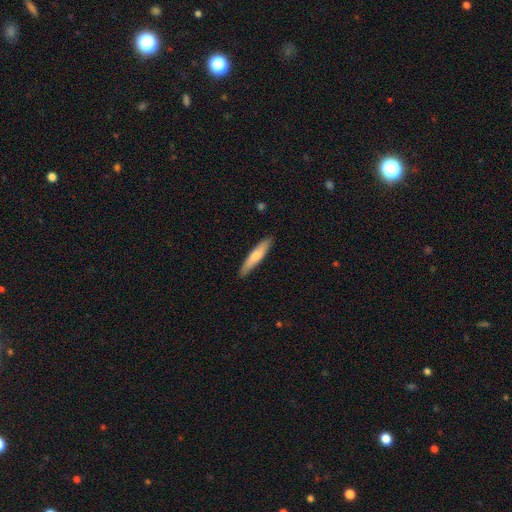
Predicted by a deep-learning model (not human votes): smooth_or_featured: smooth (p=0.71) [alt: featured or disk p=0.24]
how_rounded: cigar-shaped (p=0.85) [alt: in between p=0.13]
merging: none (p=0.88) [alt: minor disturbance p=0.09]